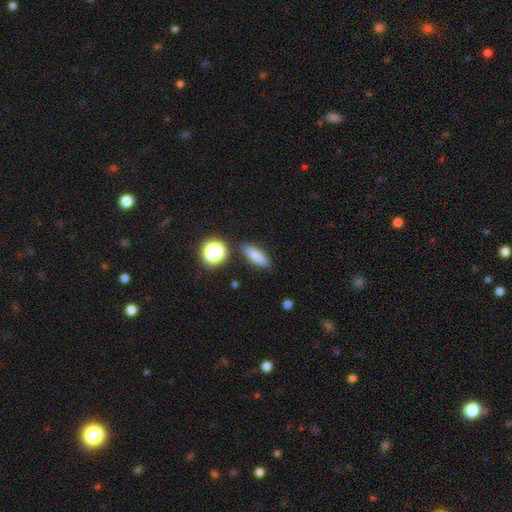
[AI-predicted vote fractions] smooth 79%, star or artifact 11%, featured or disk 10%. Down the decision tree: how rounded — cigar-shaped (51%); merging — none (85%).